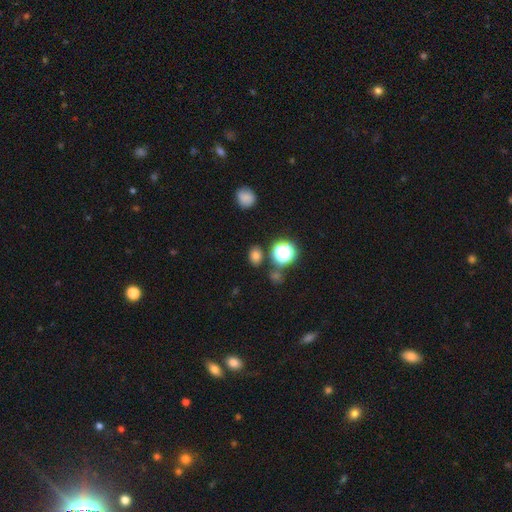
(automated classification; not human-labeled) Smooth or featured: smooth — 74% (star or artifact — 20%)
How rounded: in between — 55% (round — 44%)
Merging: none — 81% (minor disturbance — 10%)